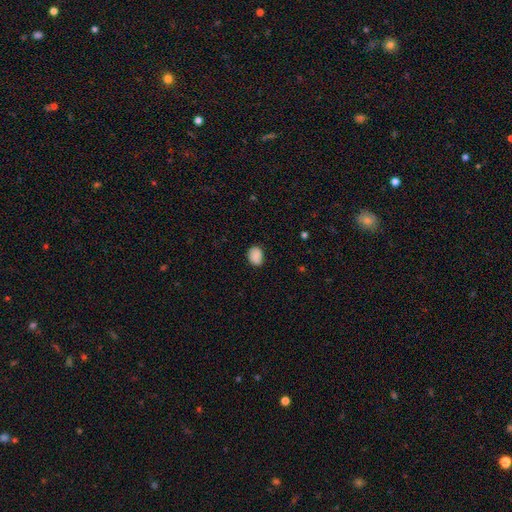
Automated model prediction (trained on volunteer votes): Smooth or featured: smooth — 88% (star or artifact — 8%)
How rounded: in between — 59% (round — 40%)
Merging: none — 79% (minor disturbance — 16%)